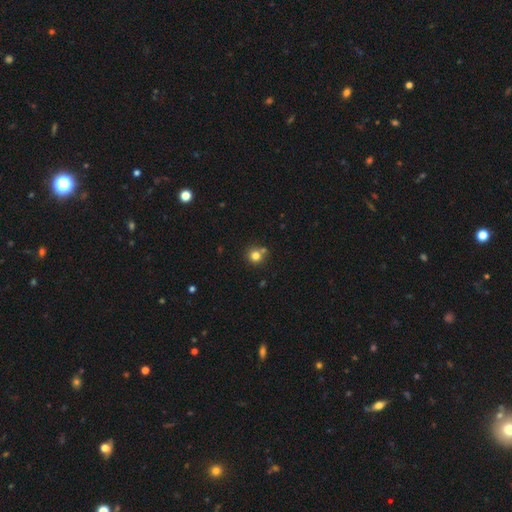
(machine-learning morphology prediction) This is likely a smooth galaxy (79%). How rounded: clearly round (92%). Merging: likely none (70%).